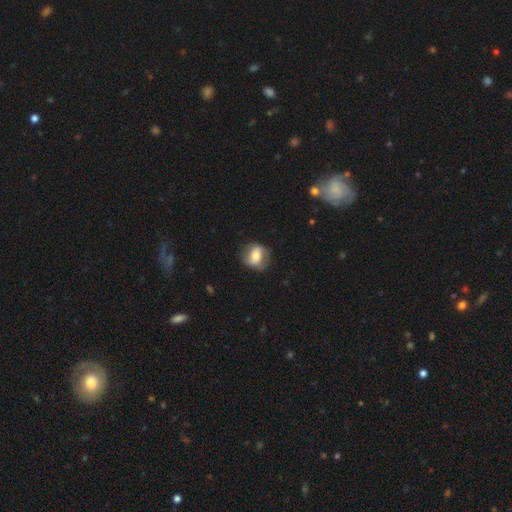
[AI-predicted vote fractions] smooth_or_featured: smooth (p=0.59) [alt: featured or disk p=0.34]
how_rounded: round (p=0.62) [alt: in between p=0.37]
merging: none (p=0.77) [alt: minor disturbance p=0.16]